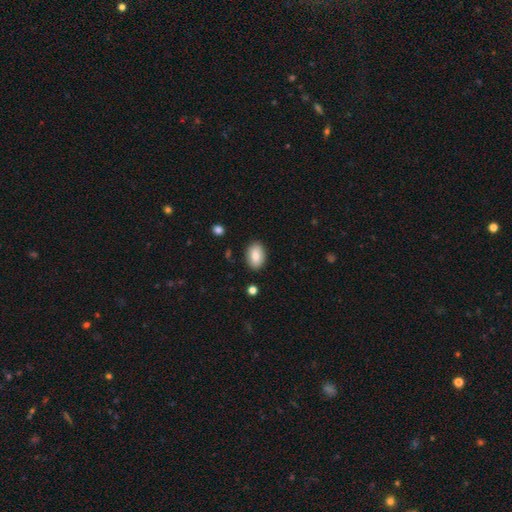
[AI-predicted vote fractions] This is clearly a smooth galaxy (82%). How rounded: clearly in between (87%). Merging: clearly none (86%).